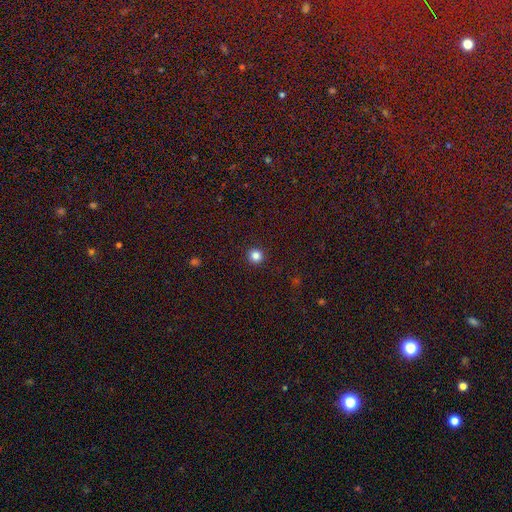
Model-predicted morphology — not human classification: This is clearly a smooth galaxy (84%). How rounded: clearly round (94%). Merging: clearly none (93%).